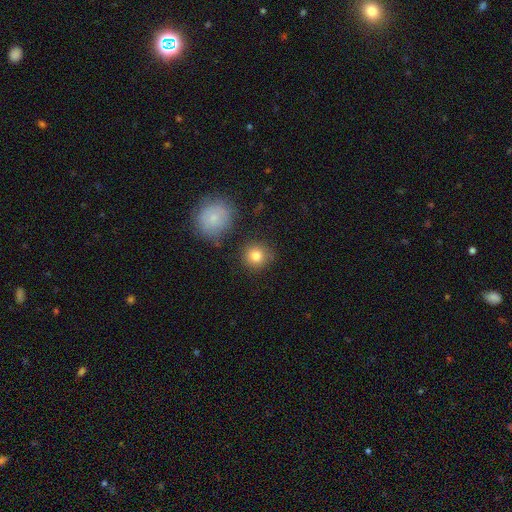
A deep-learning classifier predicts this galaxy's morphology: Smooth or featured: smooth — 82% (star or artifact — 10%)
How rounded: round — 91% (in between — 8%)
Merging: none — 83% (minor disturbance — 10%)